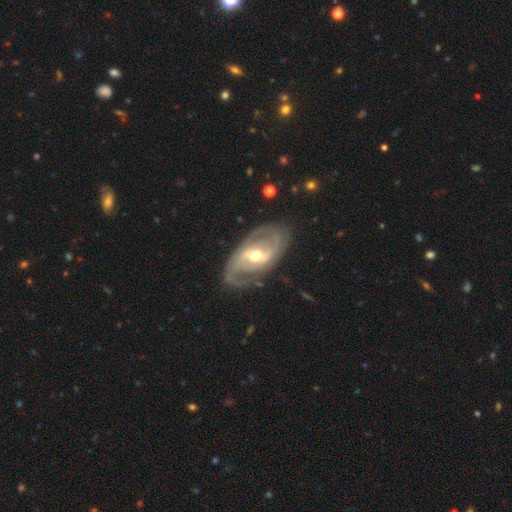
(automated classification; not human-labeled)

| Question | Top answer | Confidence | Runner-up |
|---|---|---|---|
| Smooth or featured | featured or disk | 88% | smooth (7%) |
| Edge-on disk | no | 96% | yes (4%) |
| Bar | weak | 46% | strong (35%) |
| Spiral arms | yes | 95% | no (5%) |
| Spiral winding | medium | 47% | tight (32%) |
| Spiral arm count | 2 | 79% | can't tell (8%) |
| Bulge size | moderate | 69% | small (23%) |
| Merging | none | 76% | minor disturbance (16%) |